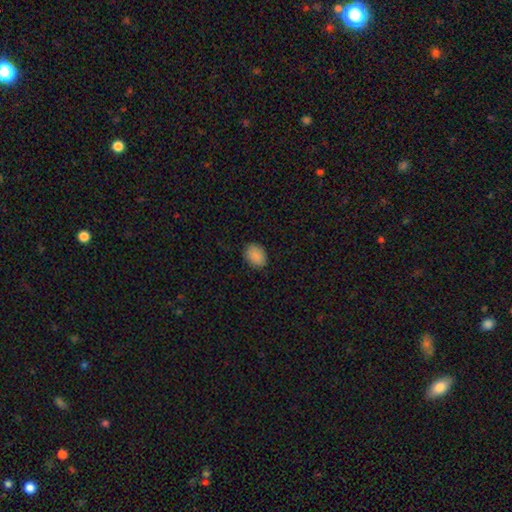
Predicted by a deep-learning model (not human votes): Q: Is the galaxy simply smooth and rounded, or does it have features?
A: smooth — 88%.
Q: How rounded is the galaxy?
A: in between — 67%.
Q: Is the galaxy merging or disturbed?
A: none — 85%.